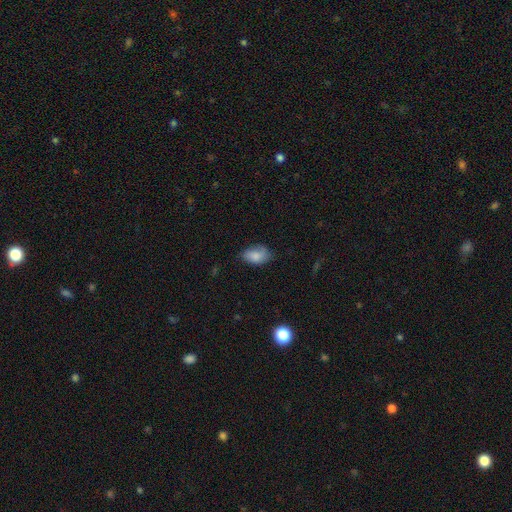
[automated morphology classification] This is clearly a smooth galaxy (82%). How rounded: clearly in between (90%). Merging: likely none (64%).